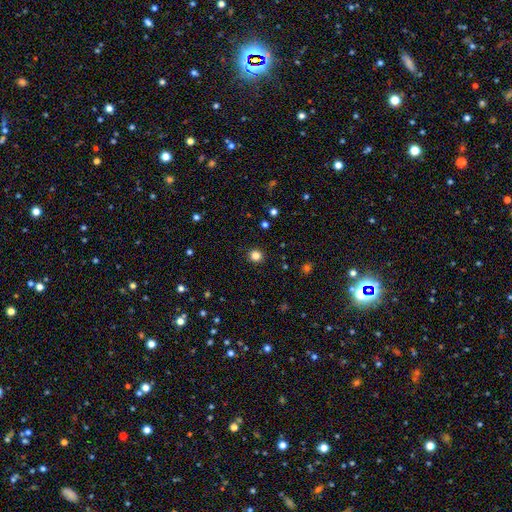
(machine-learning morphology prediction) Q: Smooth or featured?
A: smooth (83%); runner-up: star or artifact (13%)
Q: How rounded?
A: round (92%); runner-up: in between (7%)
Q: Merging?
A: none (92%); runner-up: minor disturbance (5%)